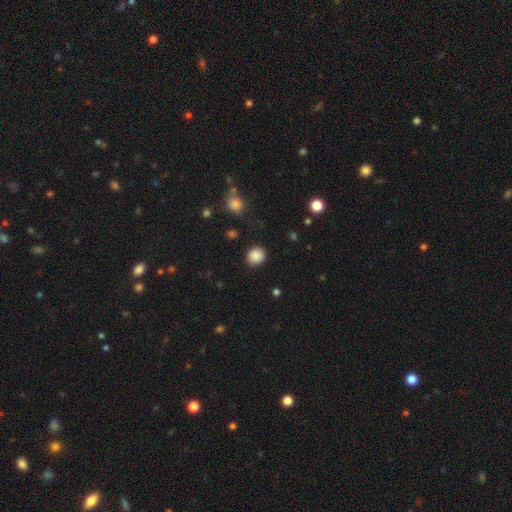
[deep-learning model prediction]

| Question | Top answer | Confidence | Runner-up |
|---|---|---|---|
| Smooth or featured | smooth | 88% | star or artifact (9%) |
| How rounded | round | 86% | in between (13%) |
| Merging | none | 88% | minor disturbance (7%) |